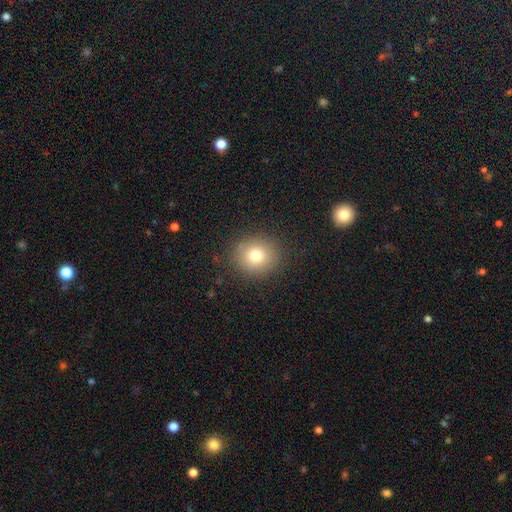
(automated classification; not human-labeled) smooth-or-featured: smooth: 76% | star or artifact: 13% | featured or disk: 11%
  how-rounded: round: 81% | in between: 18% | cigar-shaped: 1%
  merging: none: 87% | minor disturbance: 9% | major disturbance: 3% | merger: 1%